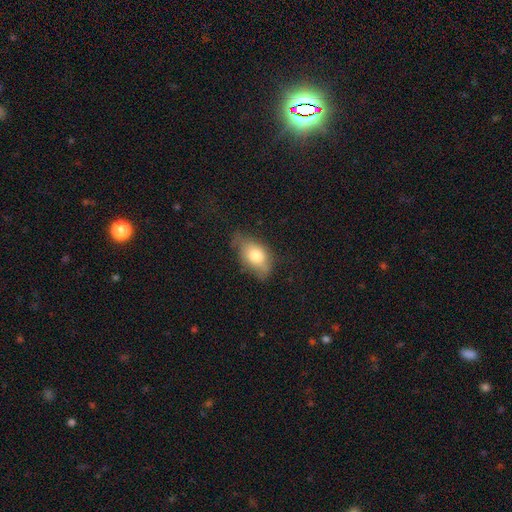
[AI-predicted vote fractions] smooth_or_featured: smooth (p=0.73) [alt: featured or disk p=0.19]
how_rounded: in between (p=0.88) [alt: round p=0.09]
merging: none (p=0.52) [alt: minor disturbance p=0.35]